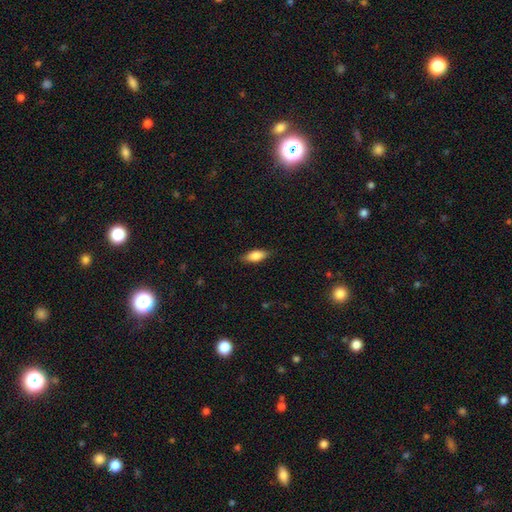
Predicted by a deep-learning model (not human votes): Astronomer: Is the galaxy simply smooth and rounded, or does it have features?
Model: smooth — 82%.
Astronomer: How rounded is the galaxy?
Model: in between — 82%.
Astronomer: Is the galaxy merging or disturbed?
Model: none — 83%.